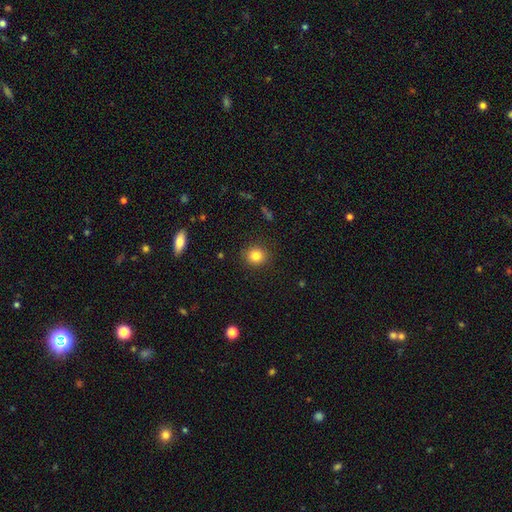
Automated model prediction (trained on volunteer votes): Overall: smooth (83%). How rounded: round (85%). Merging: none (90%).